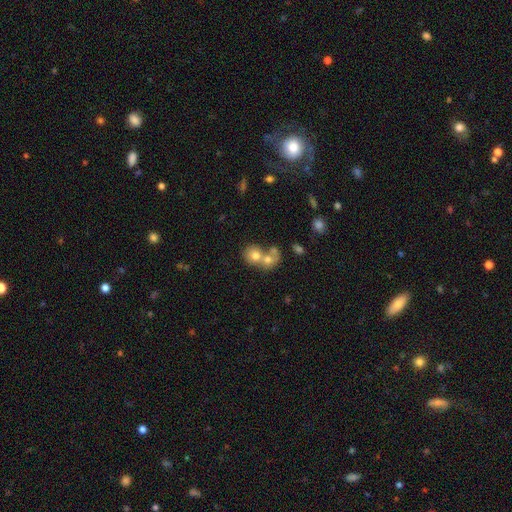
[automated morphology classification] smooth 70%, featured or disk 20%, star or artifact 10%. Down the decision tree: how rounded — round (72%); merging — merger (66%).